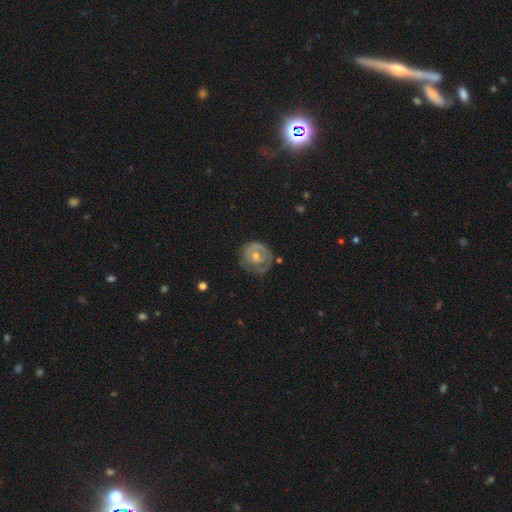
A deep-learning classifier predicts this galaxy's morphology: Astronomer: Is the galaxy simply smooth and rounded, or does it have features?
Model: featured or disk — 67%.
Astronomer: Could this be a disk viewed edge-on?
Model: no — 97%.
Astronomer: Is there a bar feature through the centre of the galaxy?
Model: no — 76%.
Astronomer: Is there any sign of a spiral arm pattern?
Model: yes — 63%.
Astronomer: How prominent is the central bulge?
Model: moderate — 60% (runner-up: small, 35%).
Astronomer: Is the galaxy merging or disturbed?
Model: none — 63%.